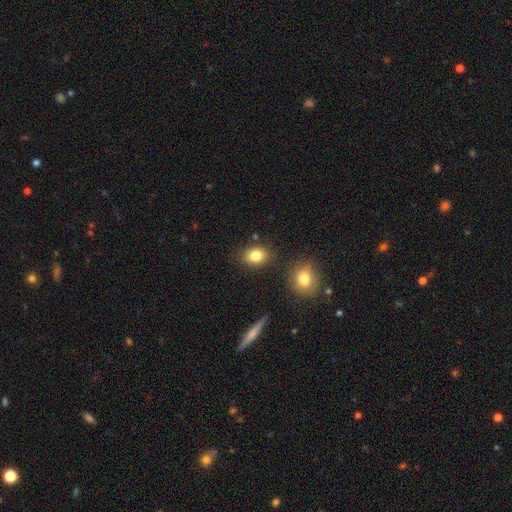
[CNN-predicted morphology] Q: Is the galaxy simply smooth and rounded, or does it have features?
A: smooth — 82%.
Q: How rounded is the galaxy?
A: in between — 65%.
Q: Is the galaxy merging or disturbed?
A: none — 81%.